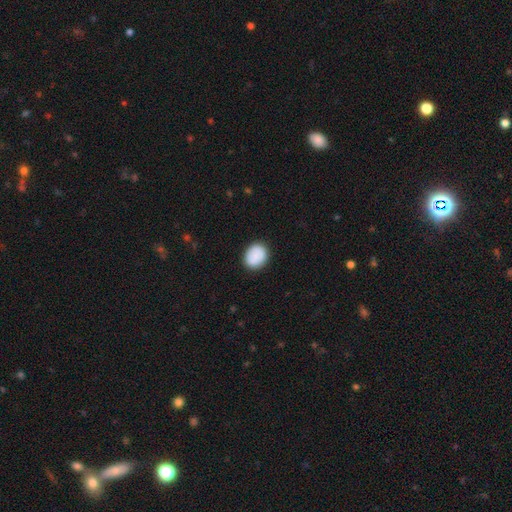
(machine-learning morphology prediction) A smooth galaxy with no disk features (87%) that is round (60%).

Vote fractions:
- Smooth or featured? smooth: 87% / star or artifact: 7% / featured or disk: 7%
- How rounded? round: 60% / in between: 40% / cigar-shaped: 1%
- Merging? none: 88% / minor disturbance: 8% / major disturbance: 2% / merger: 1%